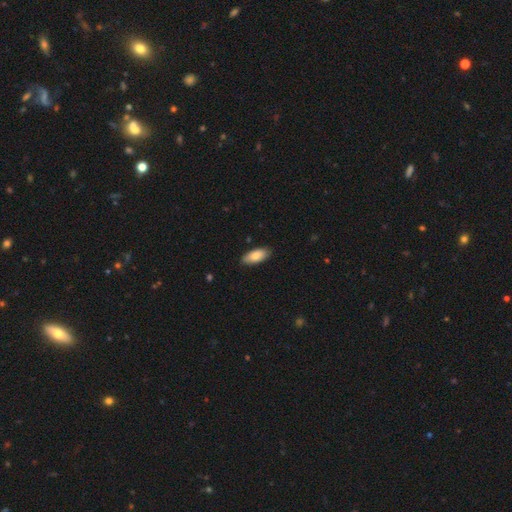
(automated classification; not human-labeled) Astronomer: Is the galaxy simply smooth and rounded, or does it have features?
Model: smooth — 83%.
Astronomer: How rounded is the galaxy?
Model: in between — 88%.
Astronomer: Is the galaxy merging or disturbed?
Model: none — 85%.